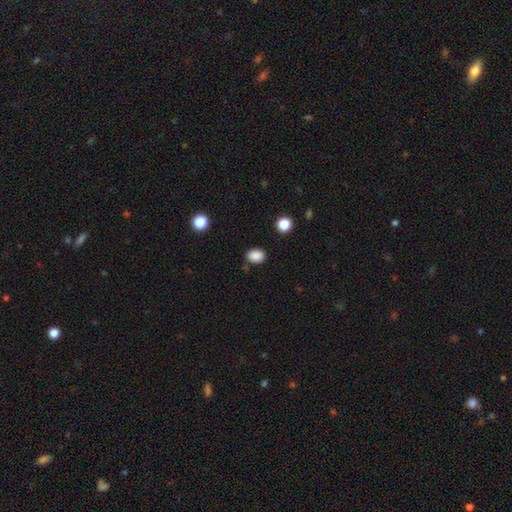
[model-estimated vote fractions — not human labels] A smooth galaxy with no disk features (87%) that is in between round and cigar-shaped (64%).

Vote fractions:
- Smooth or featured? smooth: 87% / star or artifact: 10% / featured or disk: 3%
- How rounded? in between: 64% / round: 35% / cigar-shaped: 1%
- Merging? none: 82% / minor disturbance: 12% / major disturbance: 3% / merger: 3%